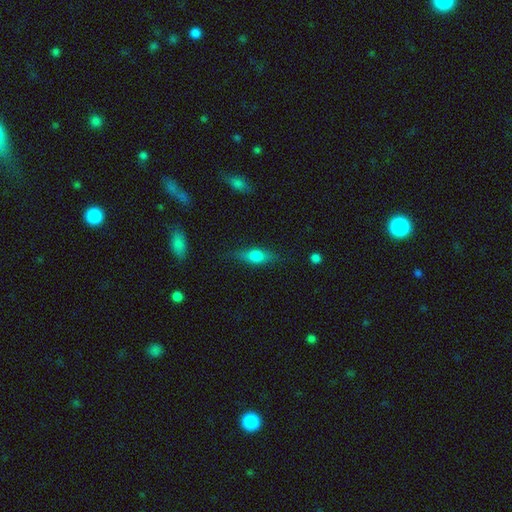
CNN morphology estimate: smooth_or_featured: smooth (p=0.58) [alt: featured or disk p=0.33]
how_rounded: in between (p=0.56) [alt: cigar-shaped p=0.37]
merging: none (p=0.79) [alt: minor disturbance p=0.15]